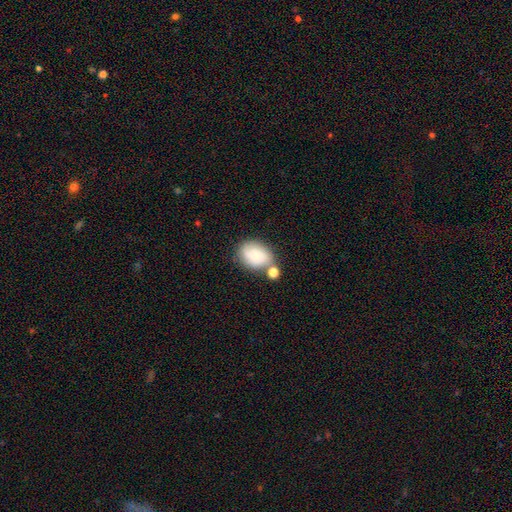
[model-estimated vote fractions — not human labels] Smooth or featured? Predicted: smooth (p=0.75). How rounded? Predicted: in between (p=0.73). Merging? Predicted: none (p=0.46).